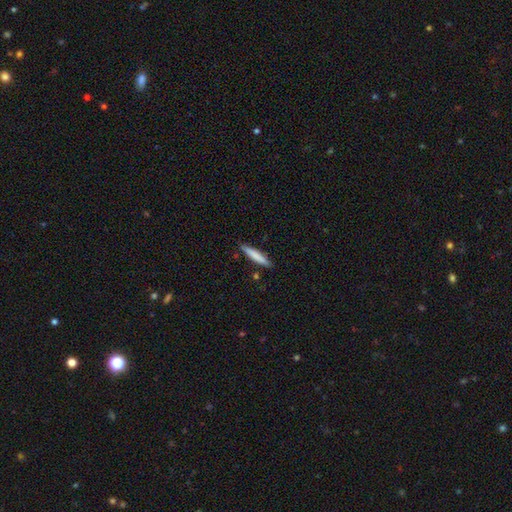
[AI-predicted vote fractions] Overall: smooth (75%). How rounded: cigar-shaped (92%). Merging: none (87%).